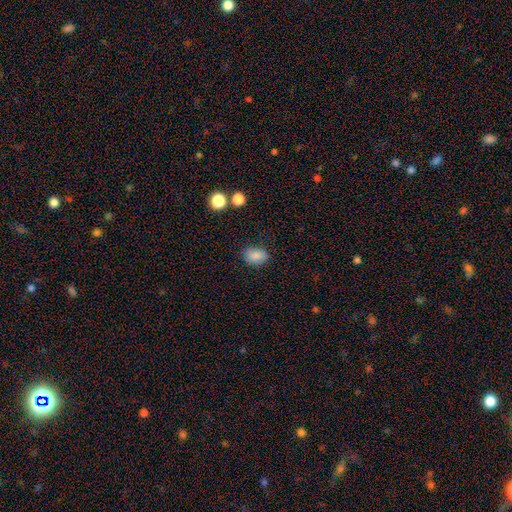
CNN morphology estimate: Smooth or featured? Predicted: smooth (p=0.84). How rounded? Predicted: in between (p=0.74). Merging? Predicted: none (p=0.78).